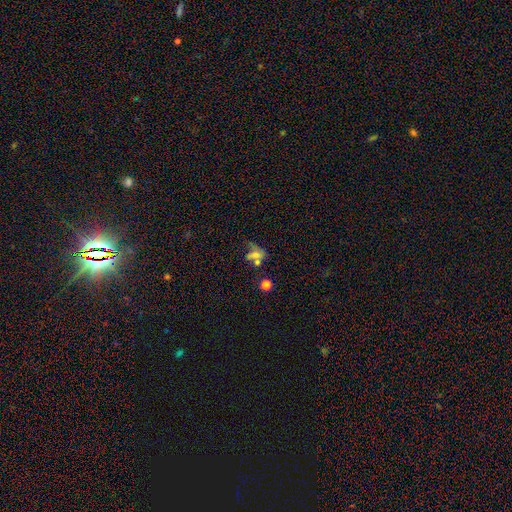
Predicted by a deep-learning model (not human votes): Overall: smooth (49%; star or artifact 29%). Merging: none (40%; merger 24%).